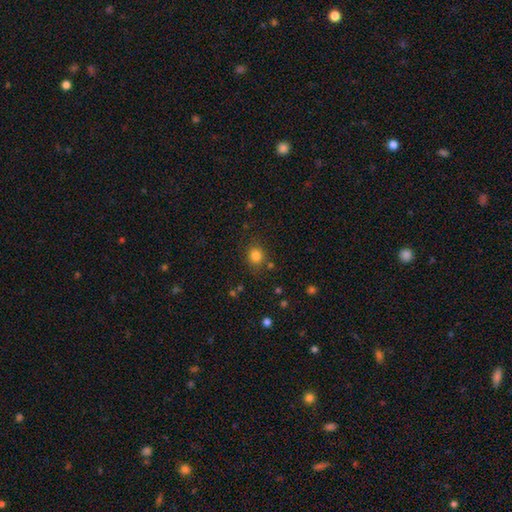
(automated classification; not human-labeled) Smooth or featured? smooth (82%)
How rounded? round (73%)
Merging? none (79%)